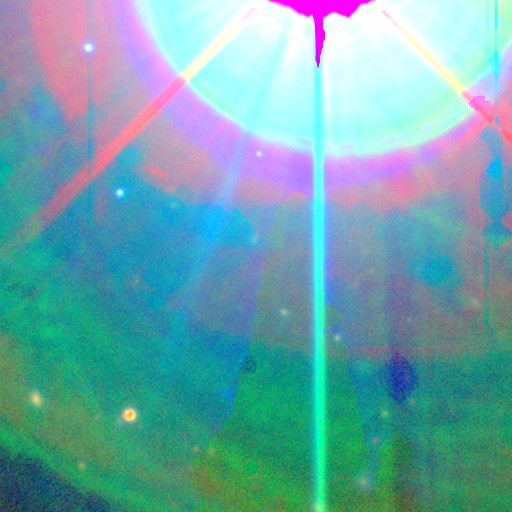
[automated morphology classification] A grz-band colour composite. It shows a star or artifact, not a galaxy (86%).